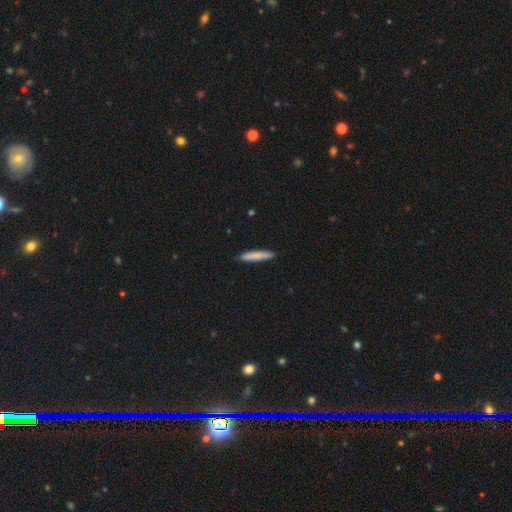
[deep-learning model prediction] Smooth or featured: smooth — 80% (featured or disk — 15%)
How rounded: cigar-shaped — 93% (in between — 6%)
Merging: none — 88% (minor disturbance — 10%)